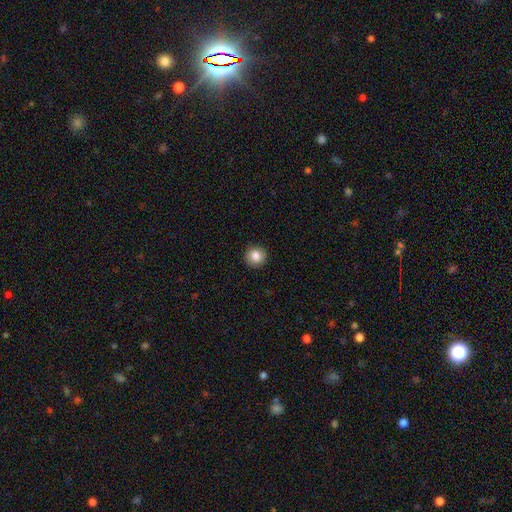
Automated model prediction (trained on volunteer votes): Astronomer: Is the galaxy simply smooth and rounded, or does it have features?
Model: smooth — 85%.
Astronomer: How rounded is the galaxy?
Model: round — 94%.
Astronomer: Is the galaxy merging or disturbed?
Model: none — 93%.